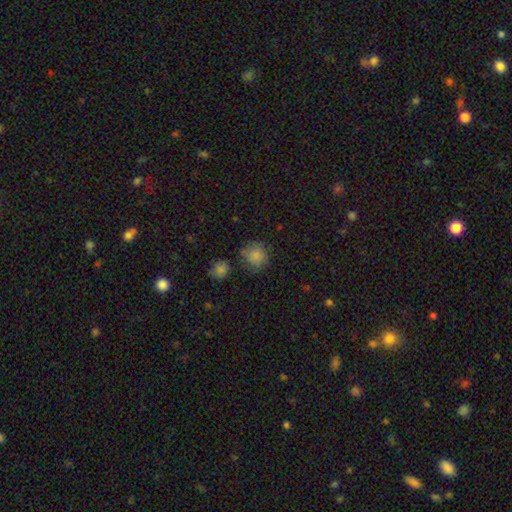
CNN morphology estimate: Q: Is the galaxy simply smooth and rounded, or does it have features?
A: smooth — 83%.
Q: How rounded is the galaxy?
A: round — 86%.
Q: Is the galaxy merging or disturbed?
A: none — 66%.